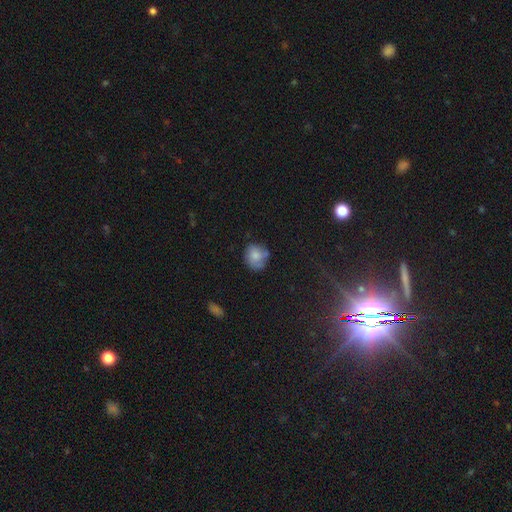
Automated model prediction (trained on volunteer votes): Smooth or featured?
  - smooth: 72% *
  - featured or disk: 19%
  - star or artifact: 9%
How rounded?
  - round: 77% *
  - in between: 22%
  - cigar-shaped: 1%
Merging?
  - none: 61% *
  - minor disturbance: 26%
  - major disturbance: 7%
  - merger: 6%